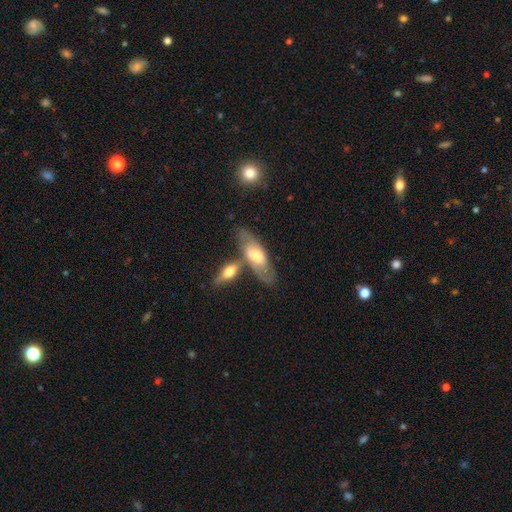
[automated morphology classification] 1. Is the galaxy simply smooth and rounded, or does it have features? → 52% featured or disk, 42% smooth, 6% star or artifact.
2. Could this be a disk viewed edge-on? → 60% no, 40% yes.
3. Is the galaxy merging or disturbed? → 57% none, 23% merger, 15% minor disturbance, 5% major disturbance.